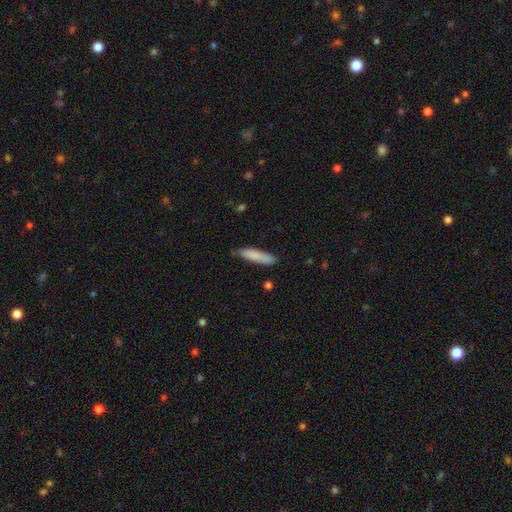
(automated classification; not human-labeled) smooth_or_featured: smooth (p=0.85) [alt: featured or disk p=0.10]
how_rounded: cigar-shaped (p=0.77) [alt: in between p=0.22]
merging: none (p=0.79) [alt: minor disturbance p=0.17]